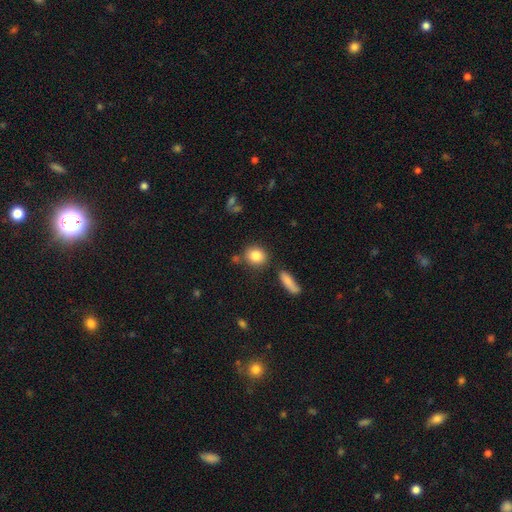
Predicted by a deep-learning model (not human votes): Q: Smooth or featured?
A: smooth (84%); runner-up: star or artifact (9%)
Q: How rounded?
A: round (64%); runner-up: in between (34%)
Q: Merging?
A: none (77%); runner-up: minor disturbance (11%)